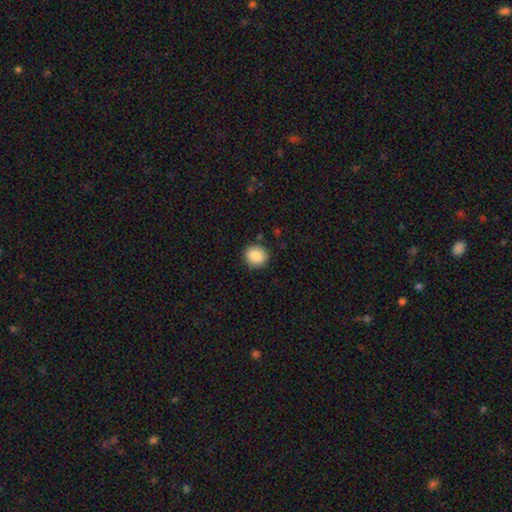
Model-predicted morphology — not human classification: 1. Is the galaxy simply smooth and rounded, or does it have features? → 87% smooth, 8% star or artifact, 5% featured or disk.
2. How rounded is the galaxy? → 90% round, 9% in between, 1% cigar-shaped.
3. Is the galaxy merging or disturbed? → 89% none, 7% minor disturbance, 2% major disturbance, 2% merger.